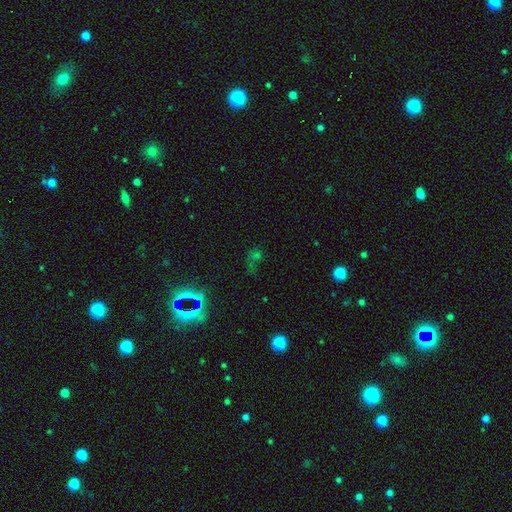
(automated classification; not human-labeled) The model was most divided on "smooth or featured": star or artifact: 53%, smooth: 29%, featured or disk: 18%.